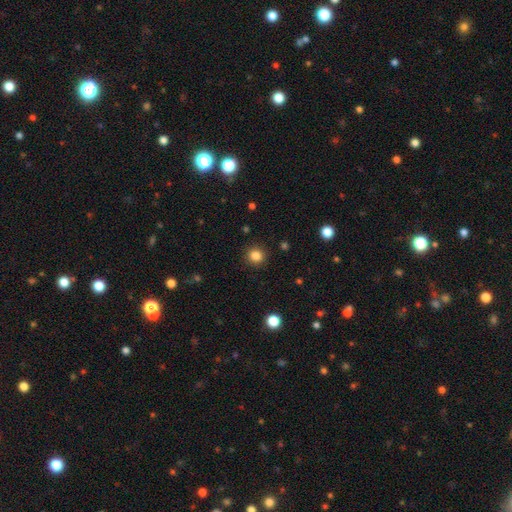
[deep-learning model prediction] smooth-or-featured: smooth: 84% | star or artifact: 12% | featured or disk: 4%
  how-rounded: round: 91% | in between: 8% | cigar-shaped: 1%
  merging: none: 91% | minor disturbance: 5% | major disturbance: 2% | merger: 1%